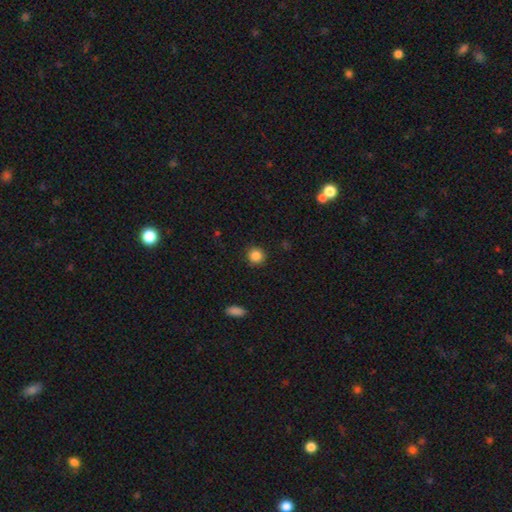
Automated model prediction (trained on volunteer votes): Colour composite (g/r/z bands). It shows a smooth galaxy with no disk features (86%) that is round (92%). Merging: none (90%).